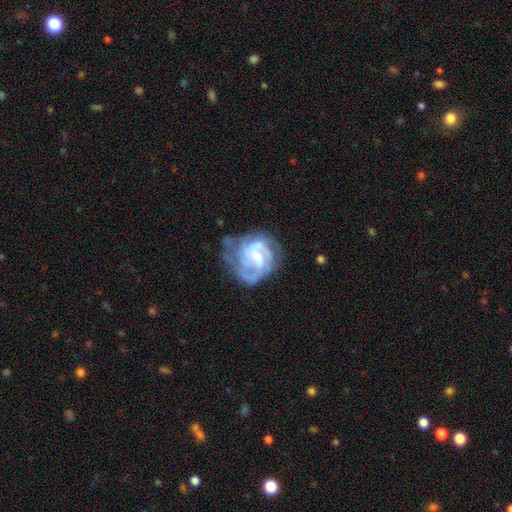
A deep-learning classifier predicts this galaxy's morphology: Overall: featured or disk (80%). Edge-on disk: no (98%). Bar: weak (53%; no 35%). Spiral arms: yes (89%). Spiral arm count: can't tell (33%; 2 32%). Spiral winding: tight (50%; medium 39%). Bulge size: small (47%; moderate 37%). Merging: none (46%; minor disturbance 27%).